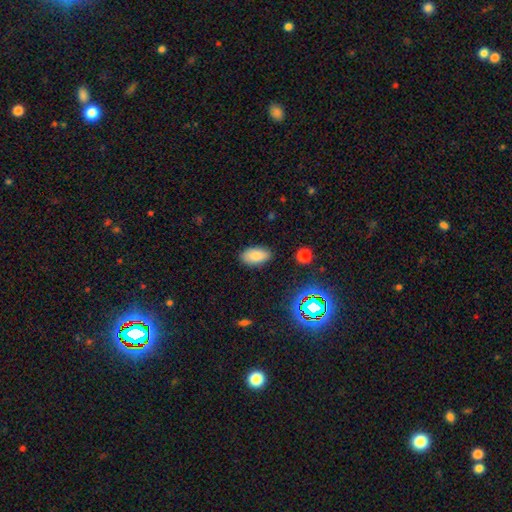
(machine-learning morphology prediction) smooth 82%, star or artifact 10%, featured or disk 7%. Down the decision tree: how rounded — in between (94%); merging — none (86%).